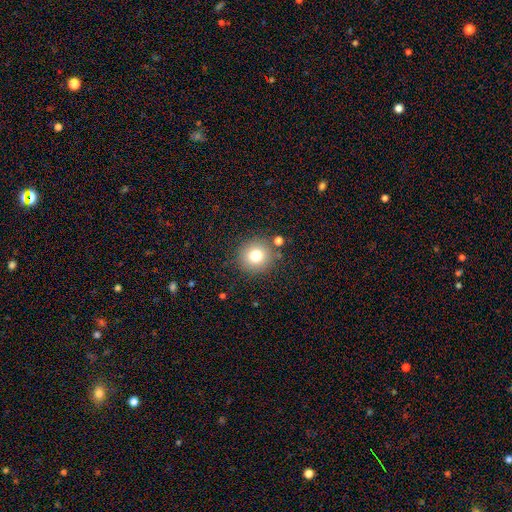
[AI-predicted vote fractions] Smooth or featured? smooth (76%)
How rounded? round (93%)
Merging? none (85%)